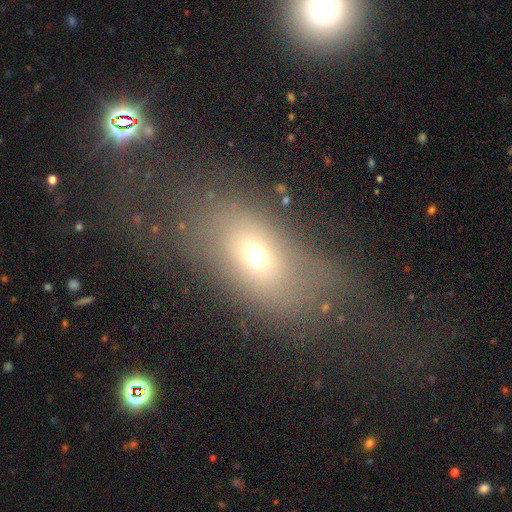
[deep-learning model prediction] The model was most divided on "merging": none: 48%, major disturbance: 30%, minor disturbance: 18%, merger: 5%. More confident: how rounded — in between (73%); smooth or featured — smooth (60%).